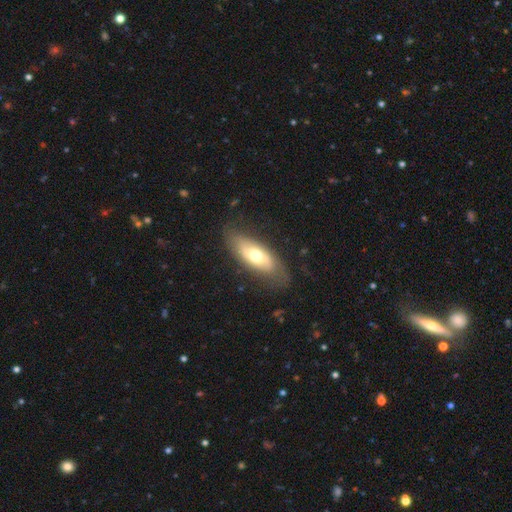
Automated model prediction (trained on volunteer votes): Overall: smooth (51%; featured or disk 43%). How rounded: in between (77%). Merging: none (71%).